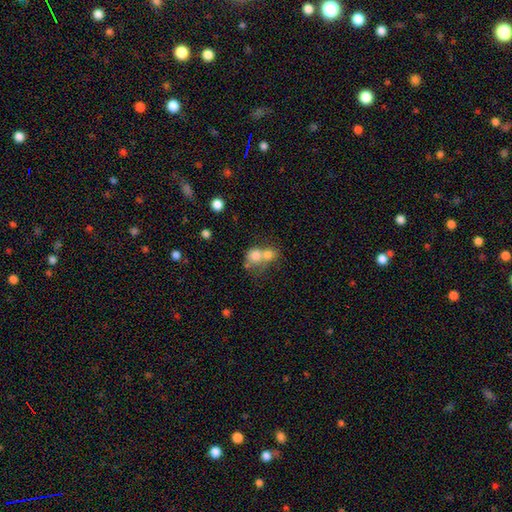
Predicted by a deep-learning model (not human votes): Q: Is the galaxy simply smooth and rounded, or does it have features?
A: smooth — 73%.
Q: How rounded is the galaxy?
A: round — 69%.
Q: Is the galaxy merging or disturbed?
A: merger — 64%.